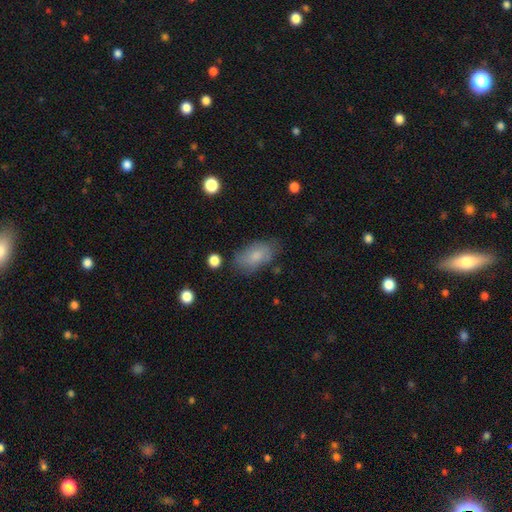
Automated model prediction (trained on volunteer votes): Morphology: type=smooth (77%); roundness=in between (92%); merging=none (71%).